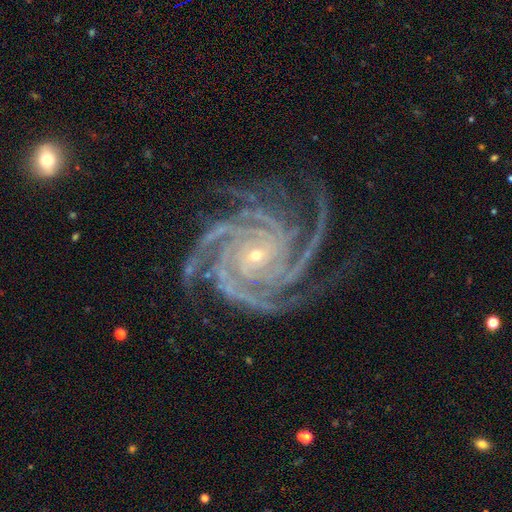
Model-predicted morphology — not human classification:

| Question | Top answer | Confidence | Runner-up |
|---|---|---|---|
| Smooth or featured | featured or disk | 93% | star or artifact (5%) |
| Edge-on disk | no | 98% | yes (2%) |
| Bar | no | 66% | weak (20%) |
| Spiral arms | yes | 99% | no (1%) |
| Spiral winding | tight | 76% | medium (22%) |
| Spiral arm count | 4 | 33% | more than 4 (28%) |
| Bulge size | small | 81% | moderate (16%) |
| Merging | none | 77% | minor disturbance (14%) |